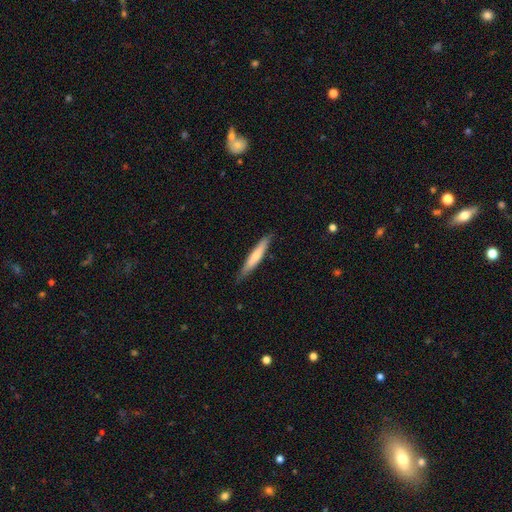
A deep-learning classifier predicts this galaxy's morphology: The model was most divided on "smooth or featured": smooth: 63%, featured or disk: 32%, star or artifact: 5%. More confident: how rounded — cigar-shaped (92%); merging — none (82%).